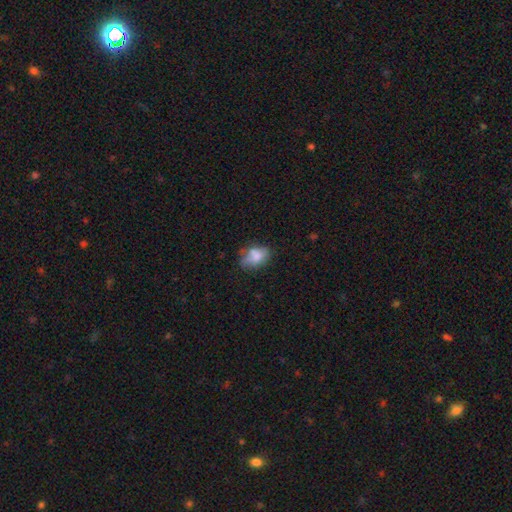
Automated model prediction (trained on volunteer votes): Q: Smooth or featured?
A: smooth (70%); runner-up: featured or disk (20%)
Q: How rounded?
A: in between (81%); runner-up: round (16%)
Q: Merging?
A: none (48%); runner-up: minor disturbance (28%)